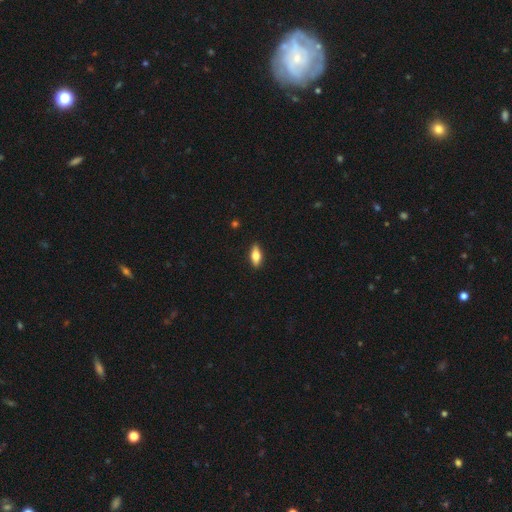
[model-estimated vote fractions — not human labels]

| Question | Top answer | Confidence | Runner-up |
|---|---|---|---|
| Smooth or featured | smooth | 68% | featured or disk (25%) |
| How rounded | in between | 78% | cigar-shaped (18%) |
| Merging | none | 88% | minor disturbance (9%) |